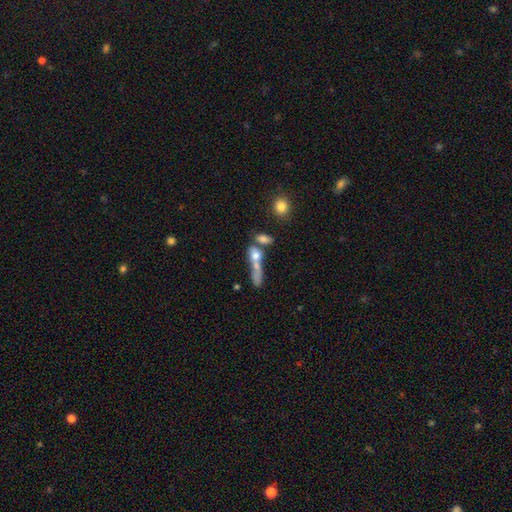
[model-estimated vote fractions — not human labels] smooth-or-featured: smooth: 62% | featured or disk: 27% | star or artifact: 11%
  how-rounded: in between: 48% | cigar-shaped: 38% | round: 14%
  merging: merger: 54% | none: 22% | major disturbance: 14% | minor disturbance: 10%